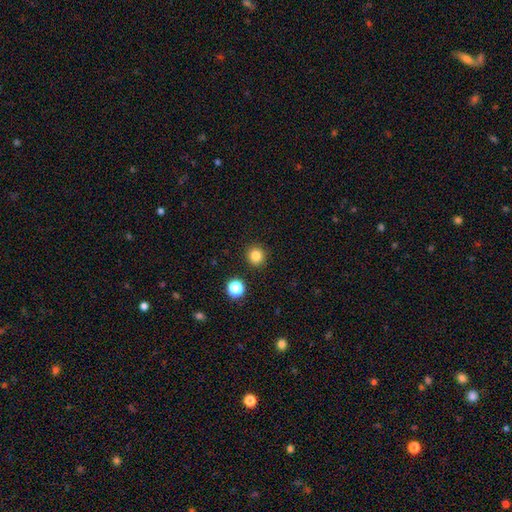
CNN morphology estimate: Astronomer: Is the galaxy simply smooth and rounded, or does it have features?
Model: smooth — 82%.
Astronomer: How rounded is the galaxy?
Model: round — 93%.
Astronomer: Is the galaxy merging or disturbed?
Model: none — 91%.